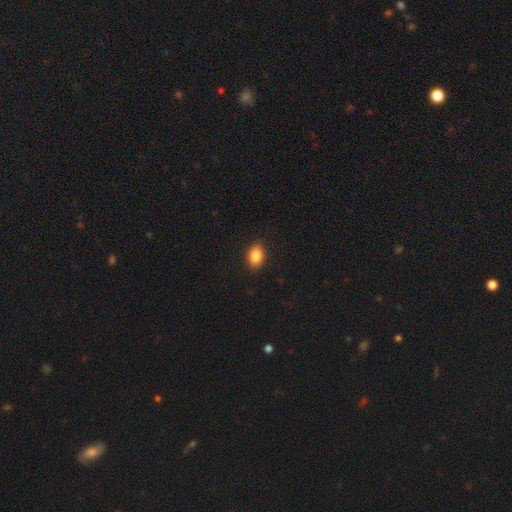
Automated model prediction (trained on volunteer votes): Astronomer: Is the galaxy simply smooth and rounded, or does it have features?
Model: smooth — 85%.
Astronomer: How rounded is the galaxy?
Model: in between — 82%.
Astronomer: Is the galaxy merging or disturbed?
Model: none — 89%.